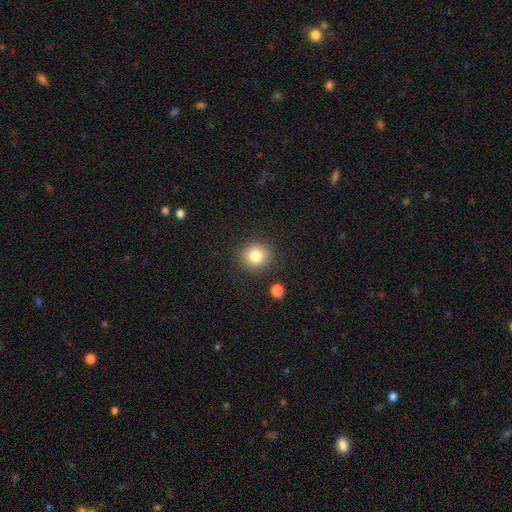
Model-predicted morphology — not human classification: Q: Smooth or featured?
A: smooth (80%); runner-up: star or artifact (11%)
Q: How rounded?
A: round (90%); runner-up: in between (10%)
Q: Merging?
A: none (88%); runner-up: minor disturbance (7%)